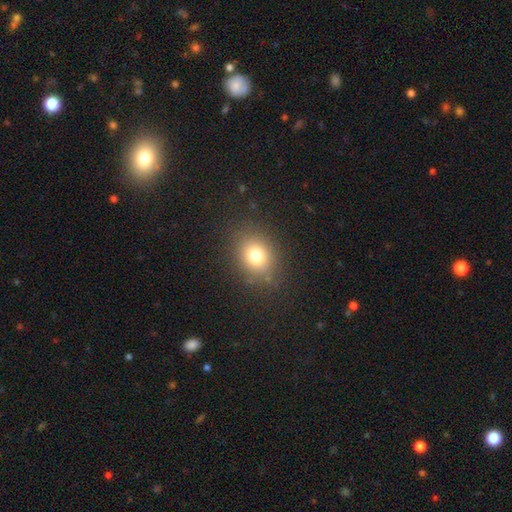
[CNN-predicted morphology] type=smooth (76%); roundness=round (54%); merging=none (83%).